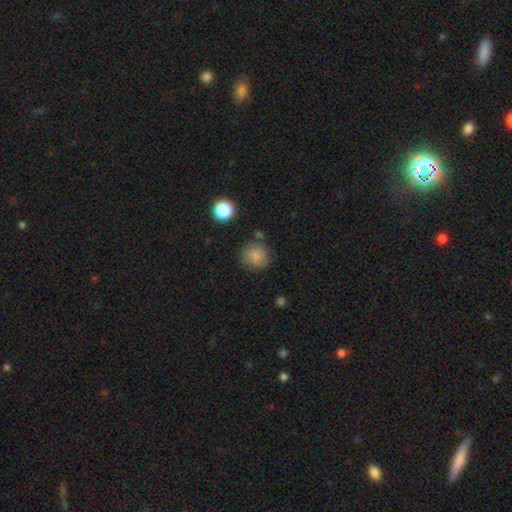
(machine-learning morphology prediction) smooth_or_featured: smooth (p=0.83) [alt: star or artifact p=0.10]
how_rounded: round (p=0.90) [alt: in between p=0.09]
merging: none (p=0.78) [alt: minor disturbance p=0.14]